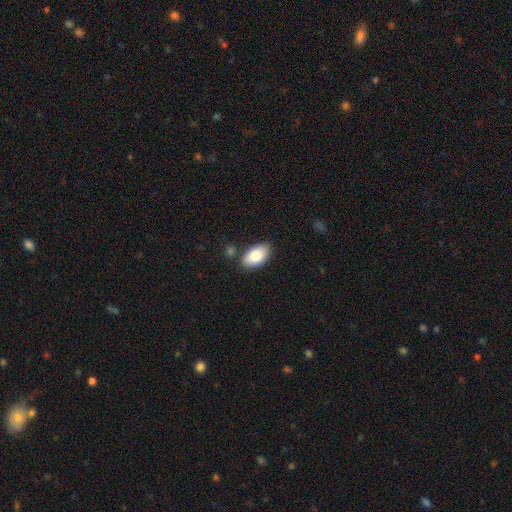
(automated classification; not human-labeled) Q: Smooth or featured?
A: smooth (84%); runner-up: featured or disk (10%)
Q: How rounded?
A: in between (95%); runner-up: round (4%)
Q: Merging?
A: none (81%); runner-up: minor disturbance (12%)